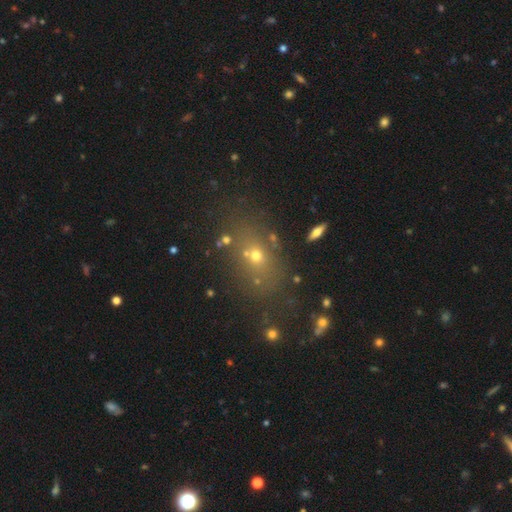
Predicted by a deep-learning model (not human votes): This is possibly a smooth galaxy (56%). How rounded: possibly in between (59%). Merging: likely none (67%).